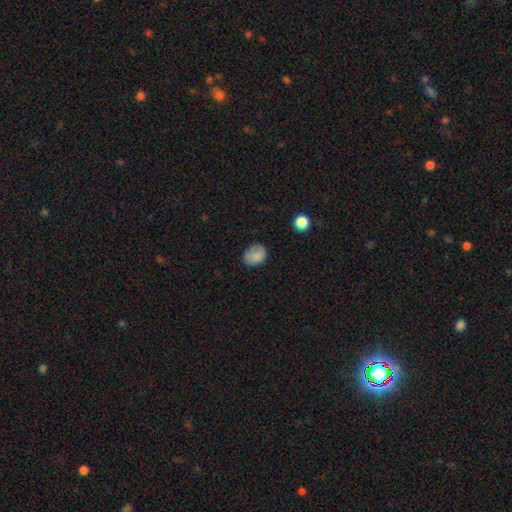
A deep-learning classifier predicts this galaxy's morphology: A smooth galaxy with no disk features (81%) that is in between round and cigar-shaped (61%).

Vote fractions:
- Smooth or featured? smooth: 81% / featured or disk: 10% / star or artifact: 9%
- How rounded? in between: 61% / round: 38% / cigar-shaped: 1%
- Merging? none: 72% / minor disturbance: 22% / major disturbance: 5% / merger: 1%